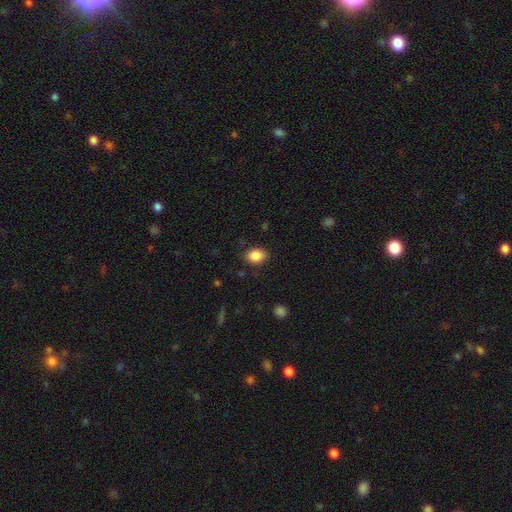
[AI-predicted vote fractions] A smooth galaxy with no disk features (87%) that is in between round and cigar-shaped (72%). Merging: none (82%).